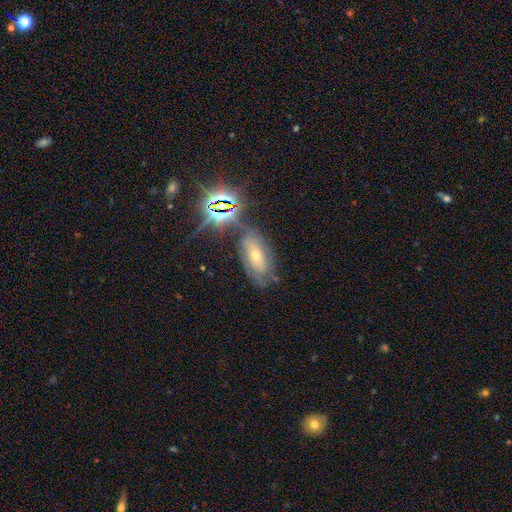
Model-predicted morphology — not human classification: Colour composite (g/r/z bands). It shows a featured or disk galaxy (46%). Merging: none (67%).